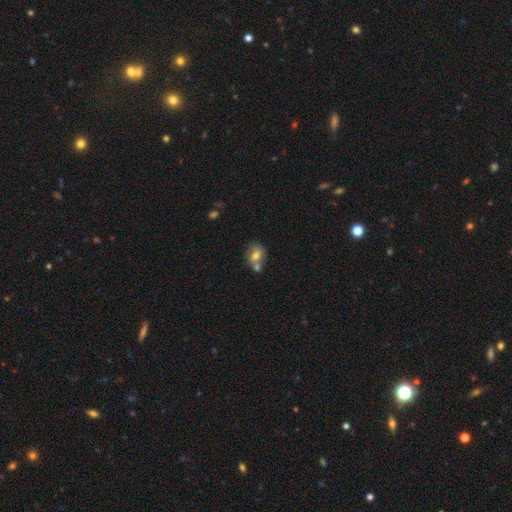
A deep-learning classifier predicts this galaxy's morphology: Q: Smooth or featured?
A: smooth (68%); runner-up: featured or disk (22%)
Q: How rounded?
A: in between (51%); runner-up: round (48%)
Q: Merging?
A: none (43%); runner-up: merger (37%)